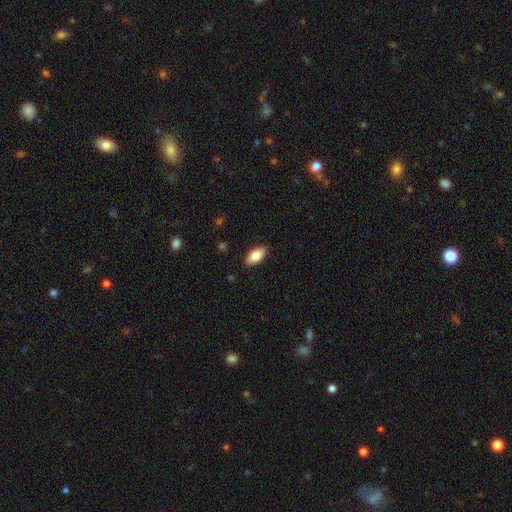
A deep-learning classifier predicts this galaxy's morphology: Smooth or featured? Predicted: smooth (p=0.83). How rounded? Predicted: in between (p=0.92). Merging? Predicted: none (p=0.89).